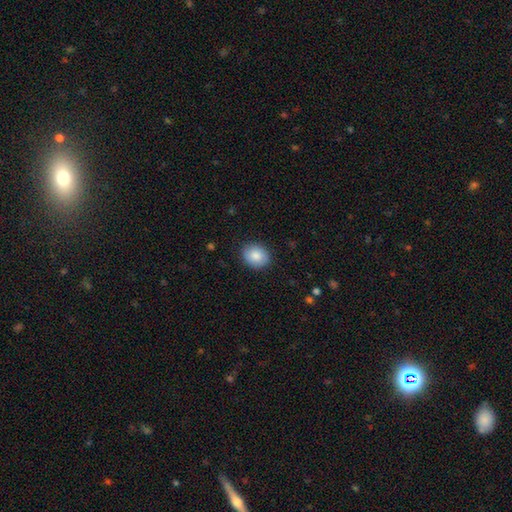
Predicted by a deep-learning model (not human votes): Overall: smooth (86%). How rounded: round (63%; in between 36%). Merging: none (88%).